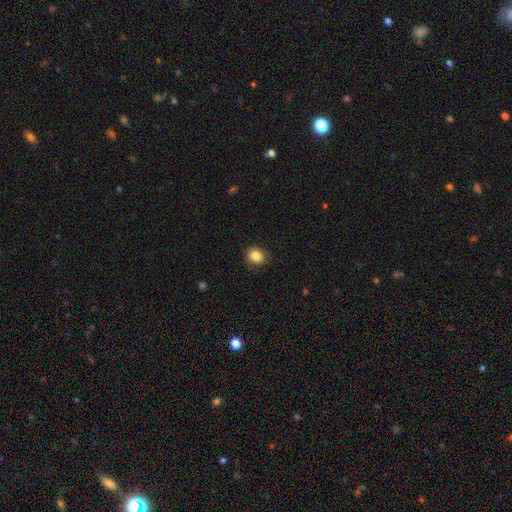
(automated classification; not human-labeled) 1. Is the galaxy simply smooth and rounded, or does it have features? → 86% smooth, 9% star or artifact, 5% featured or disk.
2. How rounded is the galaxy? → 62% round, 37% in between, 1% cigar-shaped.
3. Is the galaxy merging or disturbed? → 86% none, 10% minor disturbance, 2% major disturbance, 1% merger.